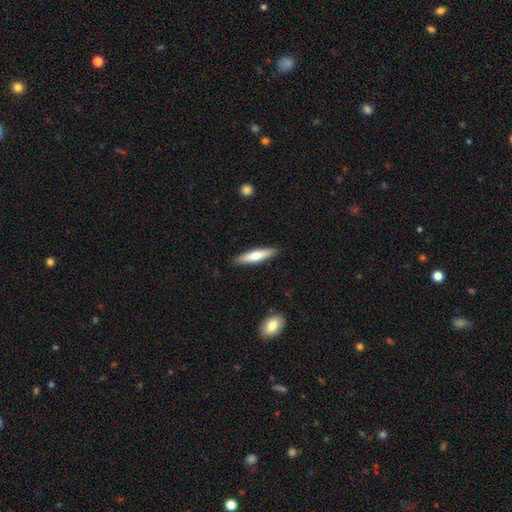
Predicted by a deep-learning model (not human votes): Morphology: type=smooth (61%); roundness=cigar-shaped (78%); merging=none (90%).